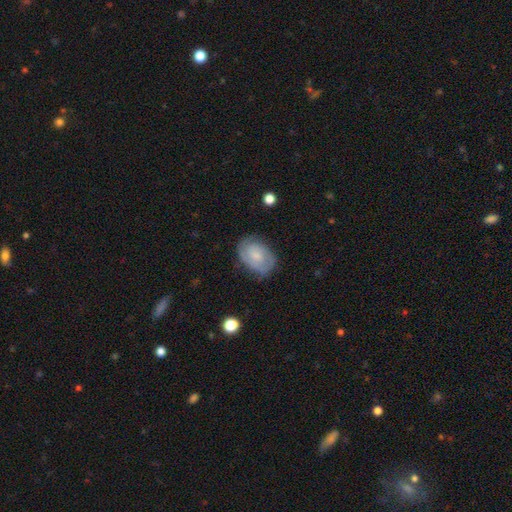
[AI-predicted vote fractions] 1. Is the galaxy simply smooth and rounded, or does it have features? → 53% featured or disk, 40% smooth, 7% star or artifact.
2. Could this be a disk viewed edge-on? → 97% no, 3% yes.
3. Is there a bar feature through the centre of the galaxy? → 67% no, 29% weak, 4% strong.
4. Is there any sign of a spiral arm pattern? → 79% yes, 21% no.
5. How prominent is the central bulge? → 52% small, 29% moderate, 14% none, 4% large, 1% dominant.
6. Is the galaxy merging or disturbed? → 71% none, 21% minor disturbance, 7% major disturbance, 1% merger.